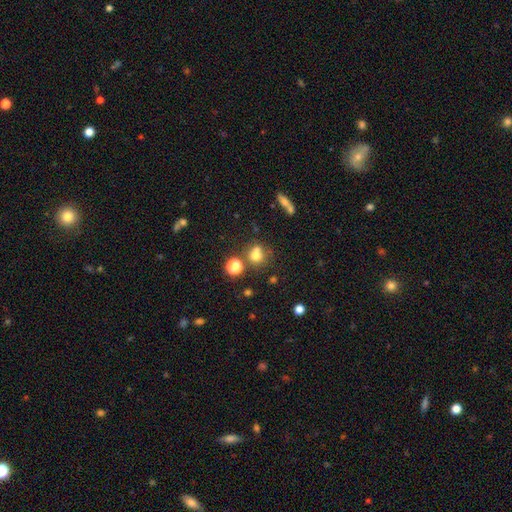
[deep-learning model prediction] Smooth or featured?
  - smooth: 69% *
  - star or artifact: 19%
  - featured or disk: 13%
How rounded?
  - round: 78% *
  - in between: 21%
  - cigar-shaped: 1%
Merging?
  - none: 49% *
  - merger: 32%
  - minor disturbance: 12%
  - major disturbance: 6%